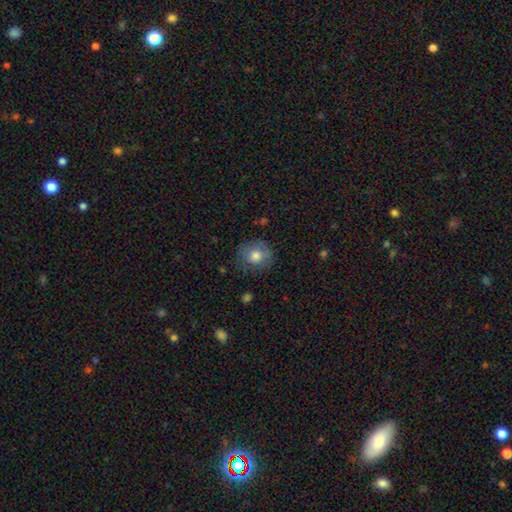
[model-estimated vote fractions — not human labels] Smooth or featured? smooth (78%)
How rounded? round (84%)
Merging? none (77%)